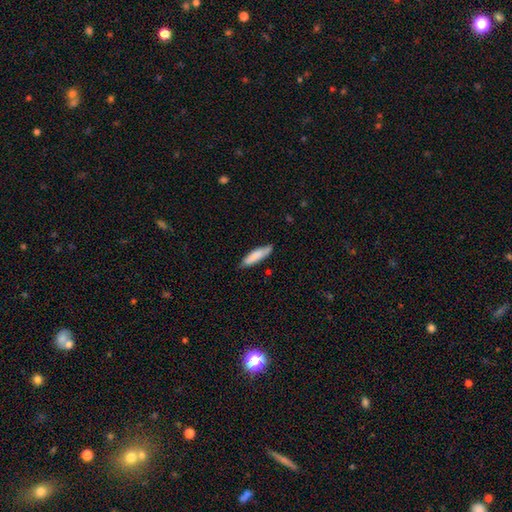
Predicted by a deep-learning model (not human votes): Q: Smooth or featured?
A: smooth (81%); runner-up: featured or disk (14%)
Q: How rounded?
A: cigar-shaped (70%); runner-up: in between (29%)
Q: Merging?
A: none (77%); runner-up: minor disturbance (19%)